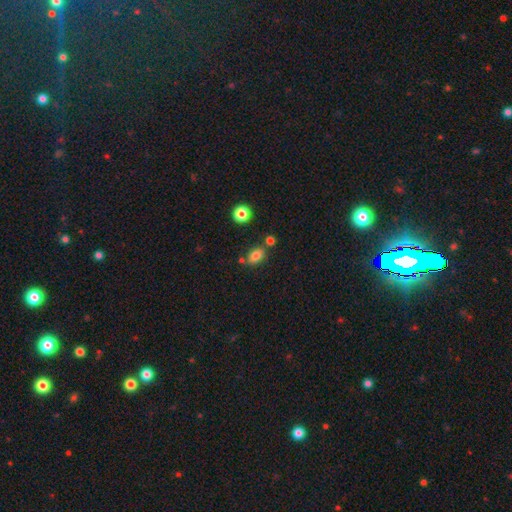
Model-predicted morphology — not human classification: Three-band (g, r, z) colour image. It shows a smooth galaxy with no disk features (78%) that is in between round and cigar-shaped (80%). Merging: none (72%).